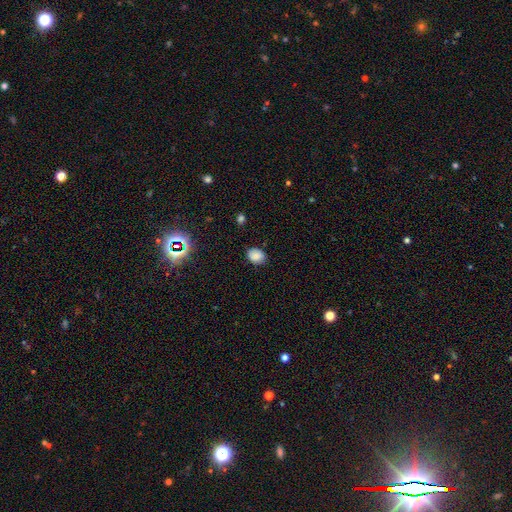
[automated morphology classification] This is clearly a smooth galaxy (83%). How rounded: possibly in between (54%). Merging: likely none (80%).